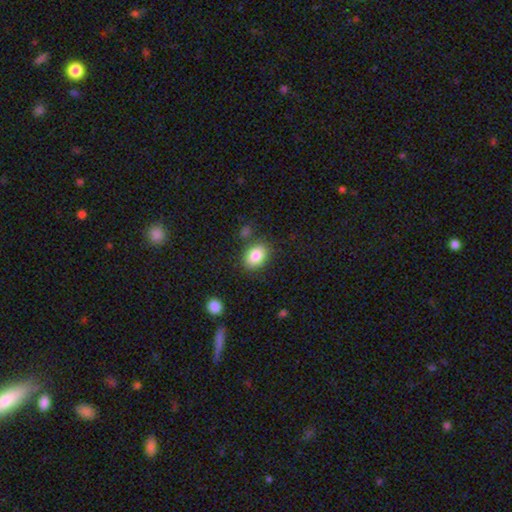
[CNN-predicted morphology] smooth 85%, star or artifact 8%, featured or disk 7%. Down the decision tree: how rounded — in between (69%); merging — none (82%).